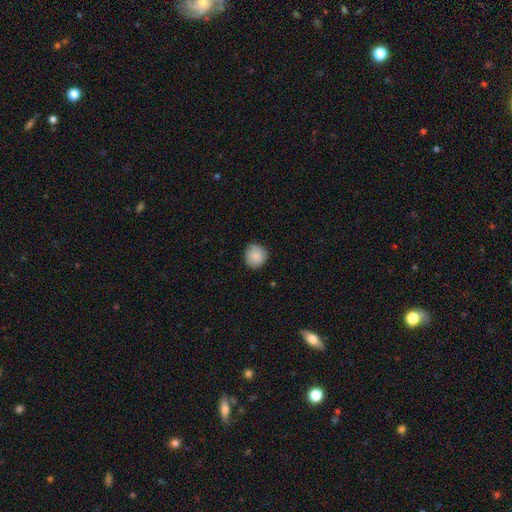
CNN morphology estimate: Smooth or featured? smooth (86%)
How rounded? round (91%)
Merging? none (86%)